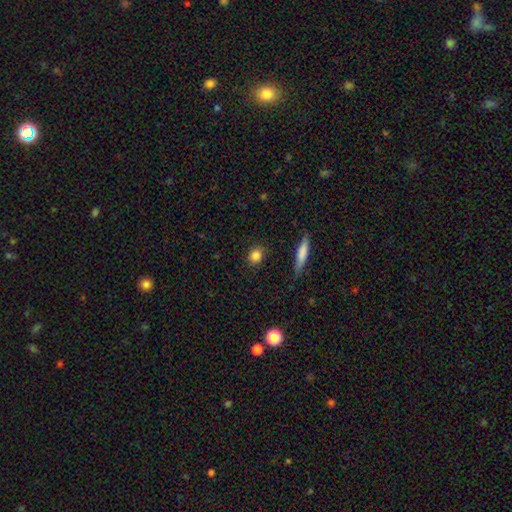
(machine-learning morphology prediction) smooth-or-featured: smooth: 84% | star or artifact: 10% | featured or disk: 7%
  how-rounded: round: 61% | in between: 35% | cigar-shaped: 4%
  merging: none: 88% | minor disturbance: 8% | major disturbance: 2% | merger: 1%